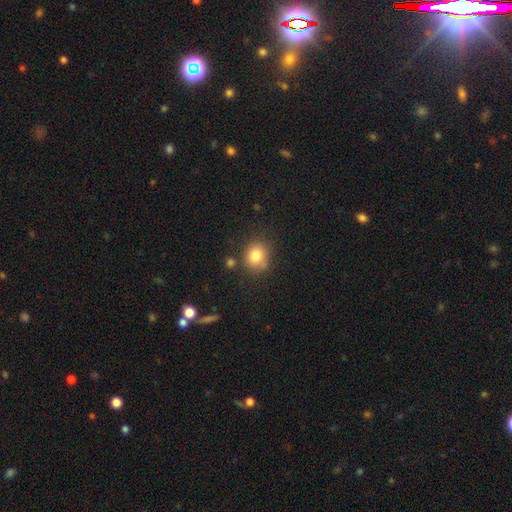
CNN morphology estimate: smooth-or-featured: smooth: 81% | star or artifact: 11% | featured or disk: 8%
  how-rounded: round: 74% | in between: 25% | cigar-shaped: 1%
  merging: none: 71% | minor disturbance: 16% | merger: 8% | major disturbance: 4%